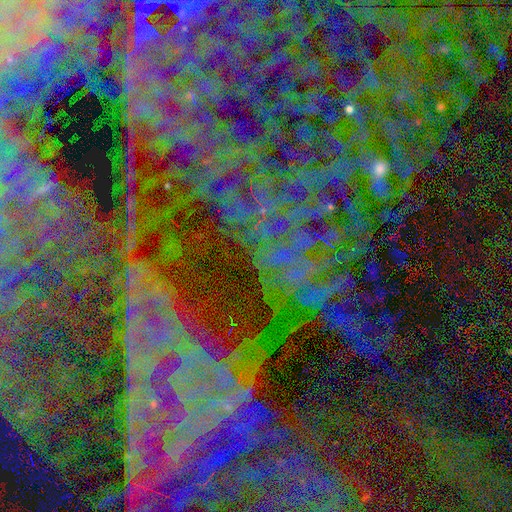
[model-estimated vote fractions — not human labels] Smooth or featured? Predicted: star or artifact (p=0.81).